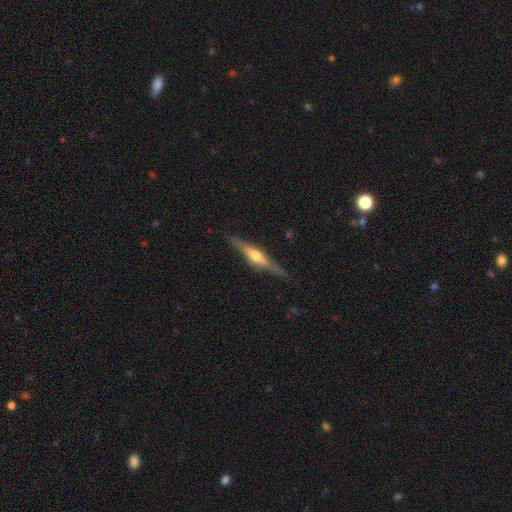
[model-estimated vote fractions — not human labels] featured or disk 65%, smooth 30%, star or artifact 6%. Down the decision tree: edge-on disk — yes (95%); edge-on bulge — rounded (84%); merging — none (83%).